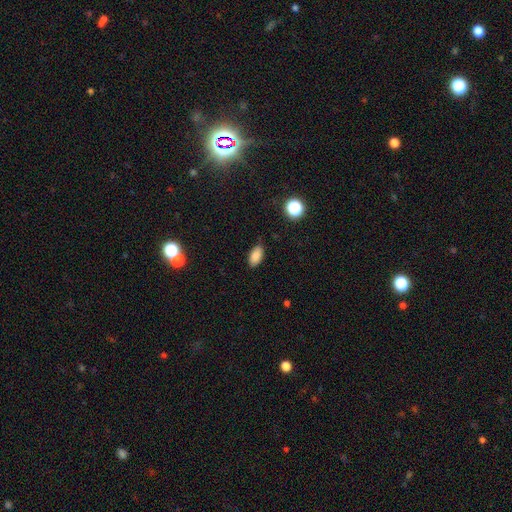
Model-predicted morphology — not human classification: Smooth or featured? Predicted: smooth (p=0.86). How rounded? Predicted: in between (p=0.92). Merging? Predicted: none (p=0.83).